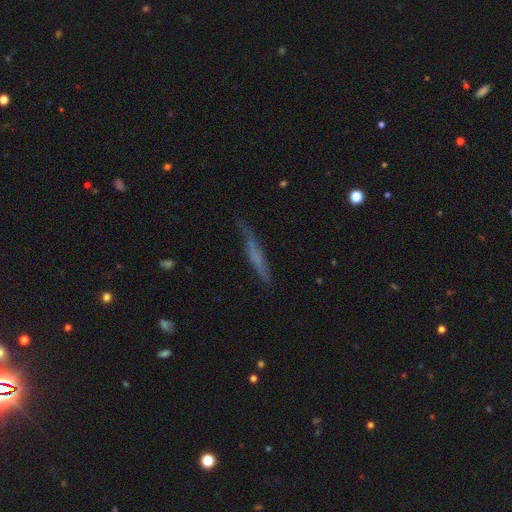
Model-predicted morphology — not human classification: The model was most divided on "smooth or featured": smooth: 46%, featured or disk: 45%, star or artifact: 9%. More confident: merging — none (72%).